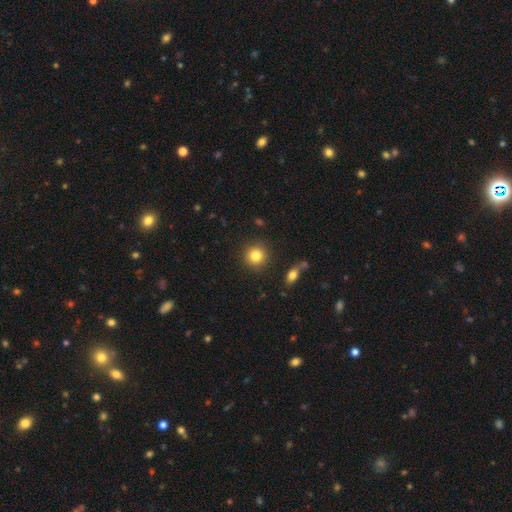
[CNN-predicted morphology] The model was most divided on "smooth or featured": smooth: 83%, star or artifact: 10%, featured or disk: 6%. More confident: how rounded — round (93%); merging — none (89%).